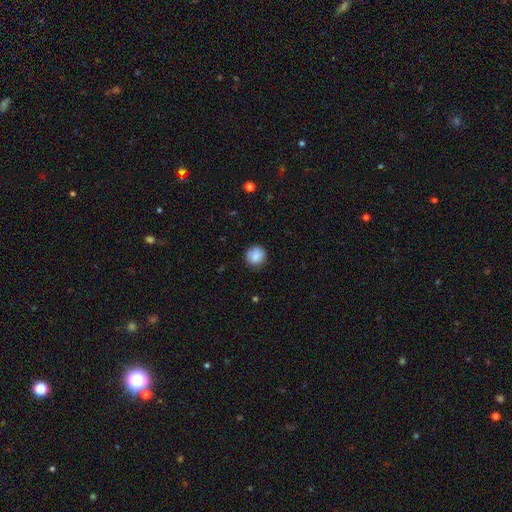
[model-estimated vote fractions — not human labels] Smooth or featured? smooth (85%)
How rounded? round (90%)
Merging? none (83%)